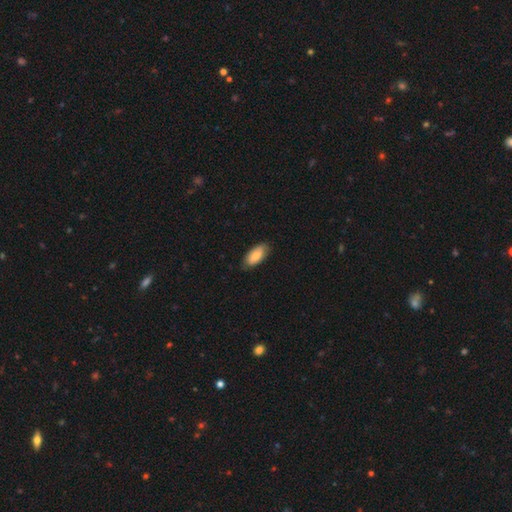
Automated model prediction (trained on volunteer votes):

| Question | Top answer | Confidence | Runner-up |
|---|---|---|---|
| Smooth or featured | smooth | 84% | featured or disk (10%) |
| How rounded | in between | 89% | cigar-shaped (9%) |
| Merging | none | 83% | minor disturbance (14%) |